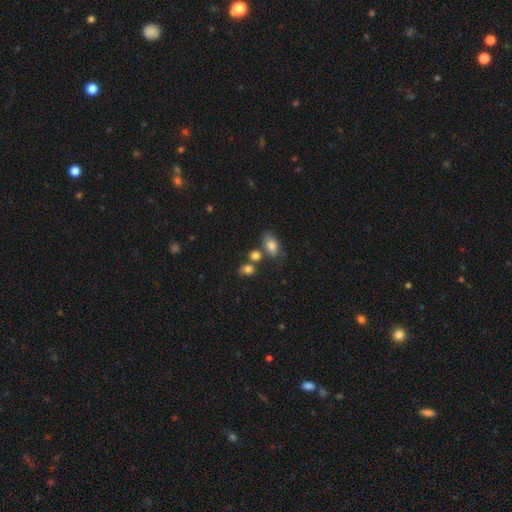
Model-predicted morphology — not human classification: Smooth or featured: smooth — 81% (star or artifact — 11%)
How rounded: in between — 60% (round — 38%)
Merging: none — 56% (merger — 23%)